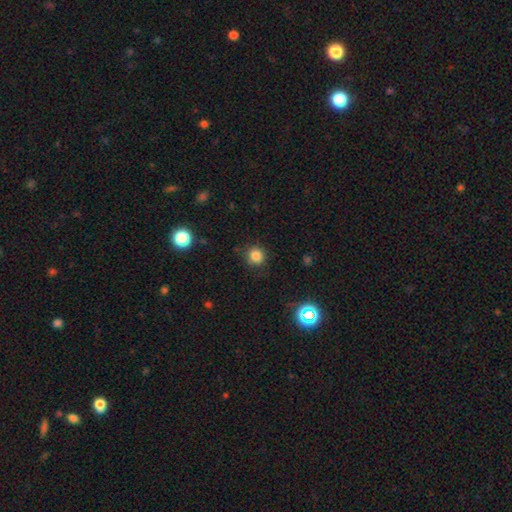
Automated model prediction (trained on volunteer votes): smooth-or-featured: smooth: 83% | star or artifact: 13% | featured or disk: 4%
  how-rounded: round: 93% | in between: 7% | cigar-shaped: 1%
  merging: none: 87% | minor disturbance: 9% | major disturbance: 3% | merger: 1%